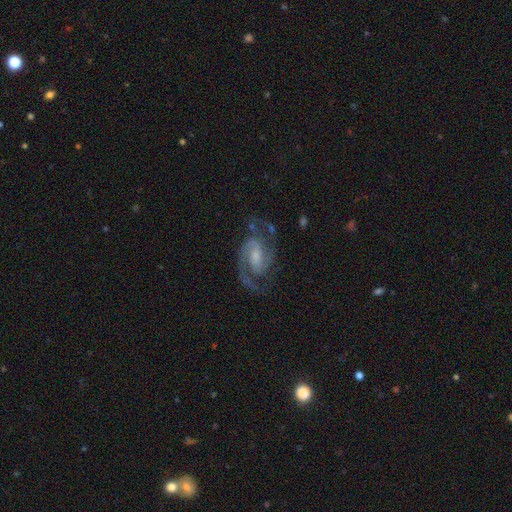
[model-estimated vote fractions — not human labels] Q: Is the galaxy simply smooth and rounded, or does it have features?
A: featured or disk — 91%.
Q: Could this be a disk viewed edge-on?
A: no — 98%.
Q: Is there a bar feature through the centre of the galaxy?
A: weak — 49%.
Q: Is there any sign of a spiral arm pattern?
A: yes — 98%.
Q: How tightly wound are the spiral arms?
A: medium — 59%.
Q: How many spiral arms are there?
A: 2 — 90%.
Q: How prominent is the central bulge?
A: small — 38%.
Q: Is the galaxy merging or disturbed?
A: none — 73%.